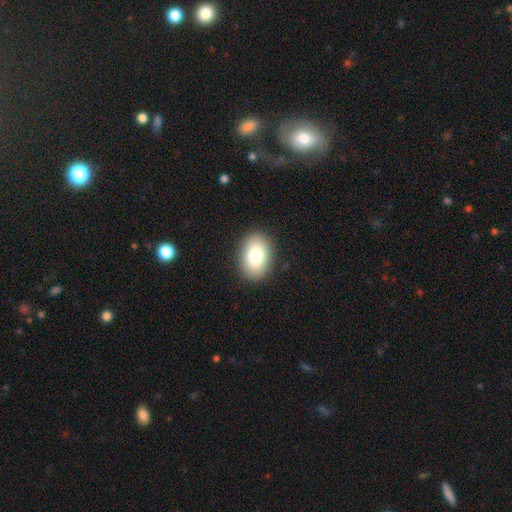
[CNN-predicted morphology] type=smooth (83%); roundness=in between (82%); merging=none (89%).